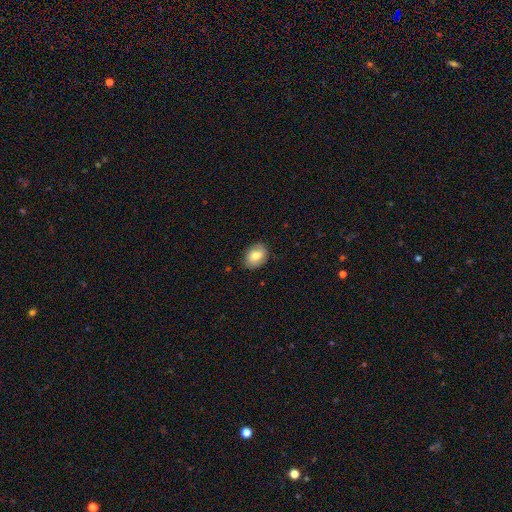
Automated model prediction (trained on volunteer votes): Morphology: type=smooth (74%); roundness=in between (66%); merging=none (83%).